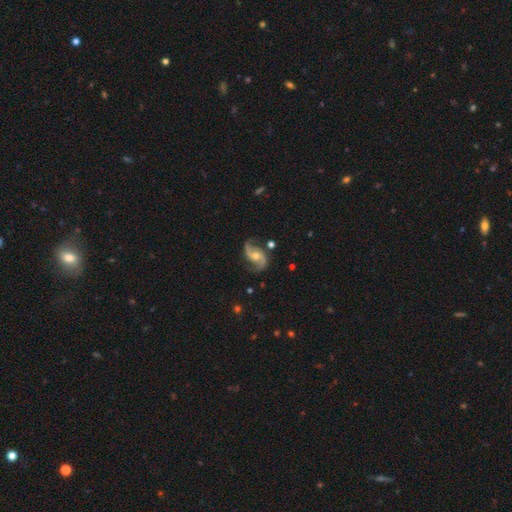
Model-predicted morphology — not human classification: Overall: featured or disk (90%). Edge-on disk: no (98%). Bar: no (57%; weak 33%). Spiral arms: yes (98%). Spiral arm count: 2 (94%). Spiral winding: loose (51%; medium 39%). Bulge size: moderate (59%; small 35%). Merging: none (77%).